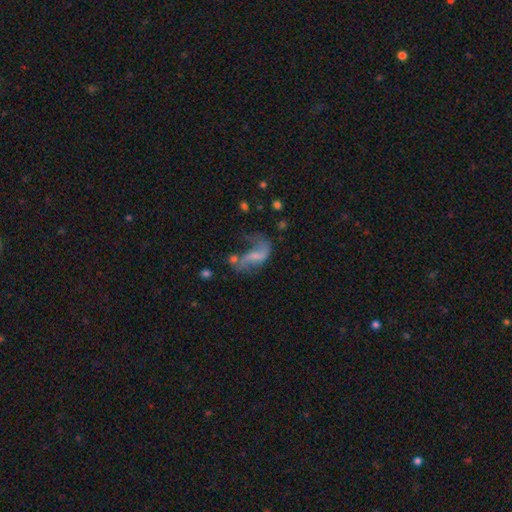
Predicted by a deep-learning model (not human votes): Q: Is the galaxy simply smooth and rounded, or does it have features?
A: featured or disk — 70%.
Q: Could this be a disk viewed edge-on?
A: no — 97%.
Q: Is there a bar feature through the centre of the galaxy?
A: weak — 42%, tied with no.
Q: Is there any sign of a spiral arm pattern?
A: yes — 81%.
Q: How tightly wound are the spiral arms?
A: loose — 81%.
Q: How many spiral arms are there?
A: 2 — 72%.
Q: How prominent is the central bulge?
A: none — 41%.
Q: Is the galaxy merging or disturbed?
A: major disturbance — 36%.